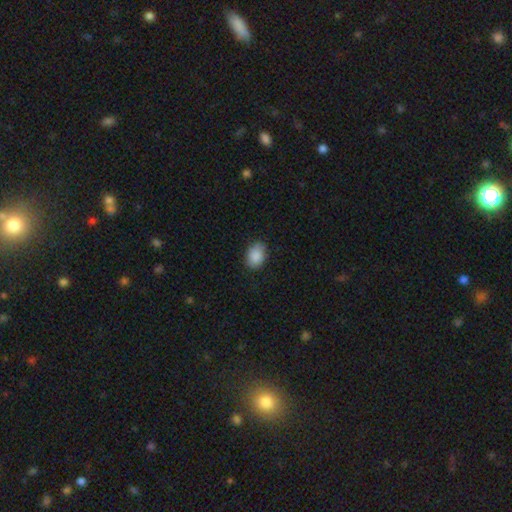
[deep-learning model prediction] Morphology: type=smooth (88%); roundness=in between (73%); merging=none (79%).